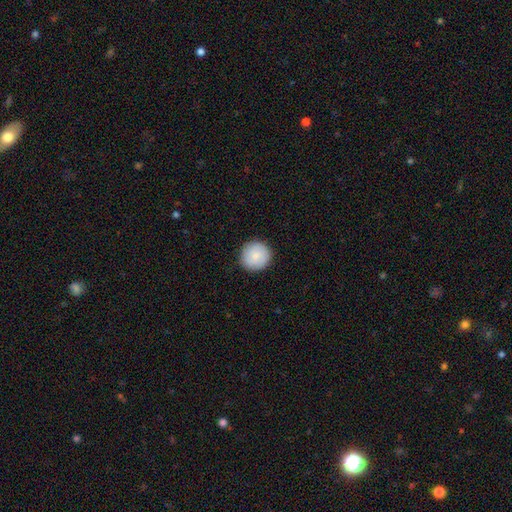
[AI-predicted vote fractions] smooth 84%, featured or disk 10%, star or artifact 7%. Down the decision tree: how rounded — round (95%); merging — none (90%).